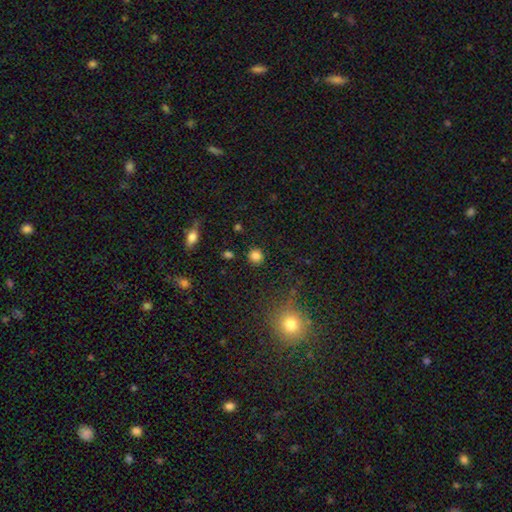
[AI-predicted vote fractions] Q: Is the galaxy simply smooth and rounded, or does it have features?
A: smooth — 83%.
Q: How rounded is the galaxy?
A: round — 88%.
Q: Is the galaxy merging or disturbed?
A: none — 88%.